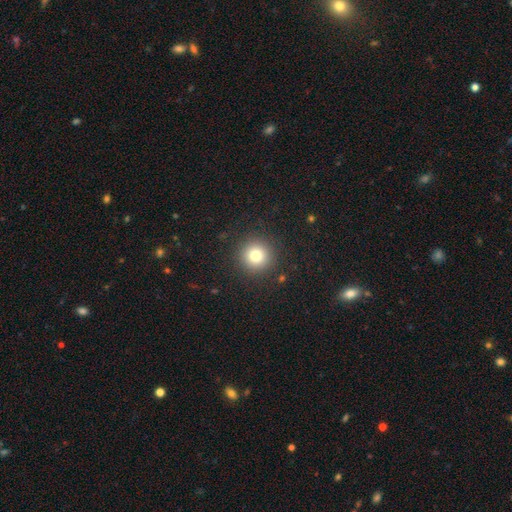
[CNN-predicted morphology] This is likely a smooth galaxy (78%). How rounded: clearly round (95%). Merging: clearly none (91%).